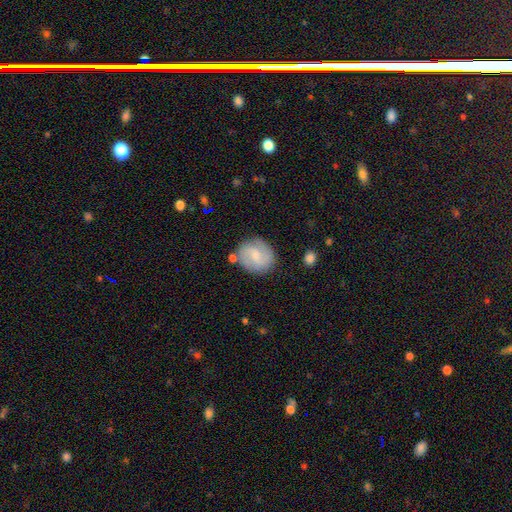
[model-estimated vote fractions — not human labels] Overall: featured or disk (53%; smooth 40%). Edge-on disk: no (97%). Bar: weak (55%; no 34%). Spiral arms: yes (86%). Bulge size: small (57%; moderate 34%). Merging: none (78%).